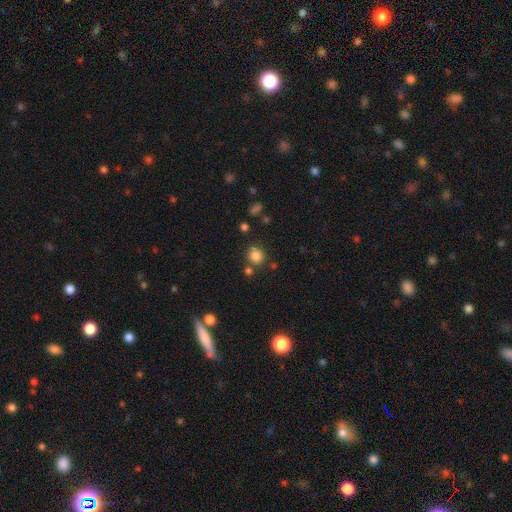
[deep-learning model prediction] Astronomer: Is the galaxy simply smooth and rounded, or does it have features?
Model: smooth — 83%.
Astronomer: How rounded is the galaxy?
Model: round — 79%.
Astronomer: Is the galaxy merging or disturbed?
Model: none — 78%.